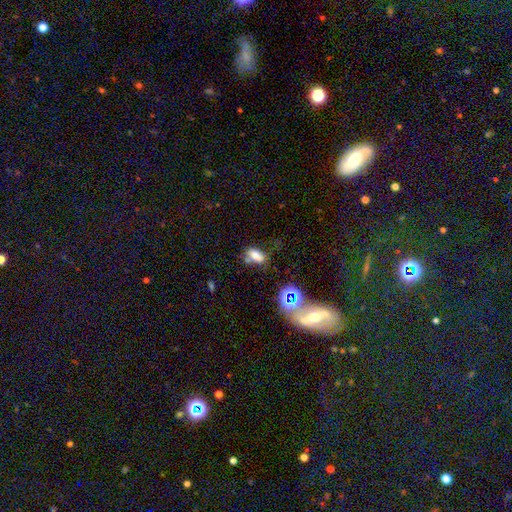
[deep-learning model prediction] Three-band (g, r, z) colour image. It shows a smooth galaxy with no disk features (69%) that is in between round and cigar-shaped (86%). Merging: none (52%).